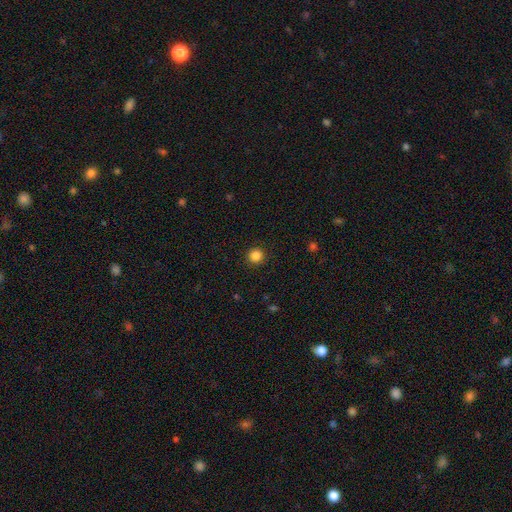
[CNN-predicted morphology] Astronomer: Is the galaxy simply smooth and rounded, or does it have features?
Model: smooth — 85%.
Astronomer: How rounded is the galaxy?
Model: round — 95%.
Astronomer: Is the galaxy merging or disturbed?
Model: none — 92%.